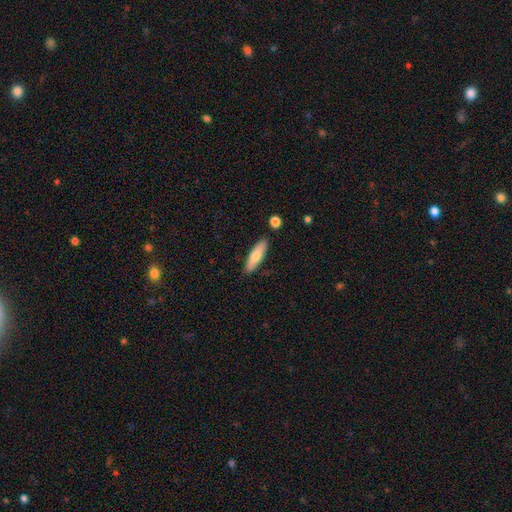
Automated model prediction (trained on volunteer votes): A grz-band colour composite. It shows a smooth galaxy with no disk features (73%) that is cigar-shaped (61%). Merging: none (86%).